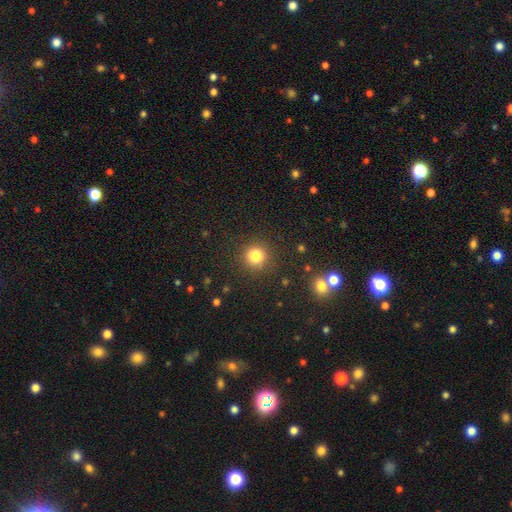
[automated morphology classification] smooth_or_featured: smooth (p=0.81) [alt: star or artifact p=0.14]
how_rounded: round (p=0.92) [alt: in between p=0.07]
merging: none (p=0.87) [alt: minor disturbance p=0.08]